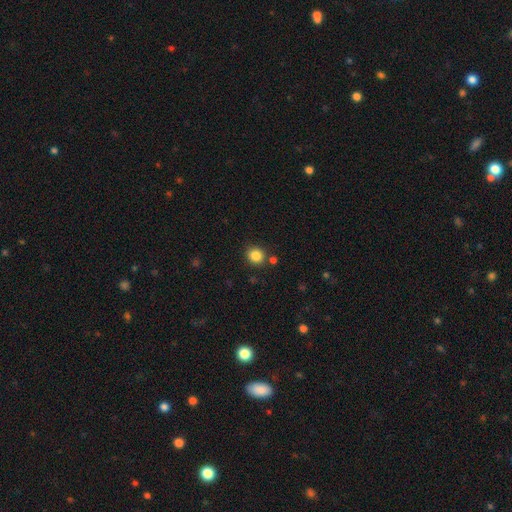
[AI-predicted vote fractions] This is clearly a smooth galaxy (85%). How rounded: clearly round (82%). Merging: clearly none (82%).